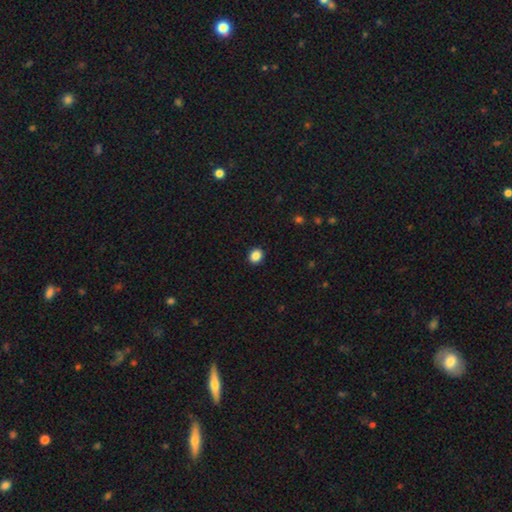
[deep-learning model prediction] Q: Smooth or featured?
A: smooth (87%); runner-up: star or artifact (10%)
Q: How rounded?
A: round (63%); runner-up: in between (36%)
Q: Merging?
A: none (91%); runner-up: minor disturbance (6%)